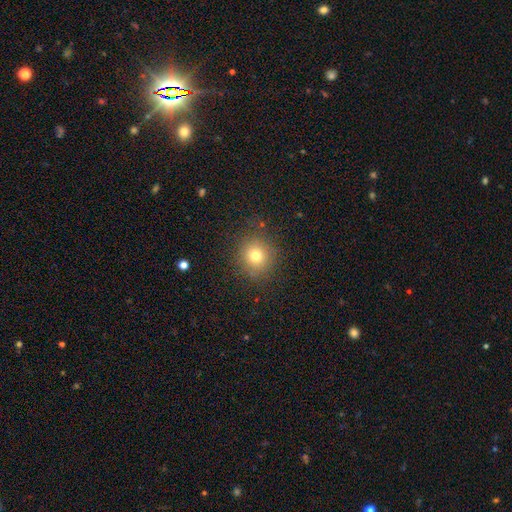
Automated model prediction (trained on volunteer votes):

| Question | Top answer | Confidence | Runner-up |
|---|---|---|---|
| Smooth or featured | smooth | 76% | star or artifact (15%) |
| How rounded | round | 90% | in between (9%) |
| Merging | none | 85% | minor disturbance (10%) |